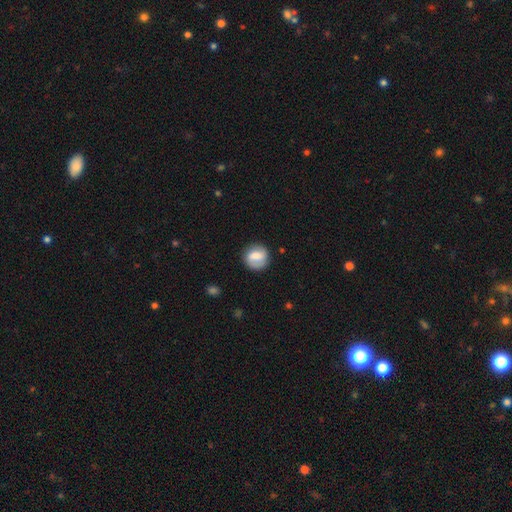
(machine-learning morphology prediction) type=smooth (63%); roundness=round (85%); merging=none (78%).